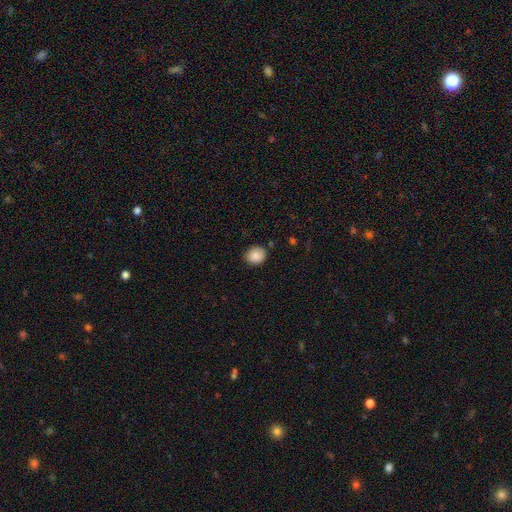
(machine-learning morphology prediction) Smooth or featured?
  - smooth: 86% *
  - star or artifact: 9%
  - featured or disk: 5%
How rounded?
  - round: 75% *
  - in between: 24%
  - cigar-shaped: 1%
Merging?
  - none: 85% *
  - minor disturbance: 11%
  - major disturbance: 2%
  - merger: 2%